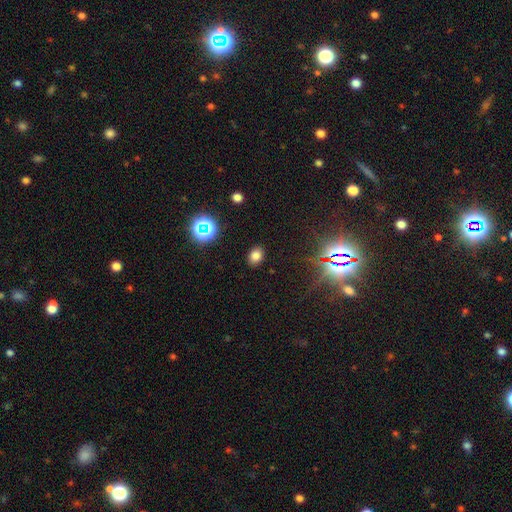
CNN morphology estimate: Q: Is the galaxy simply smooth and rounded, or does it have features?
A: smooth — 74%.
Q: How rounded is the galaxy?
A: in between — 69%.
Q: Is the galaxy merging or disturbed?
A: none — 88%.